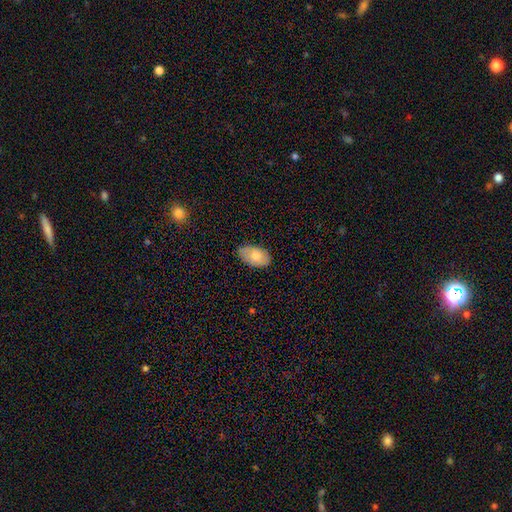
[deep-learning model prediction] smooth_or_featured: smooth (p=0.71) [alt: featured or disk p=0.22]
how_rounded: in between (p=0.92) [alt: round p=0.06]
merging: none (p=0.80) [alt: minor disturbance p=0.17]